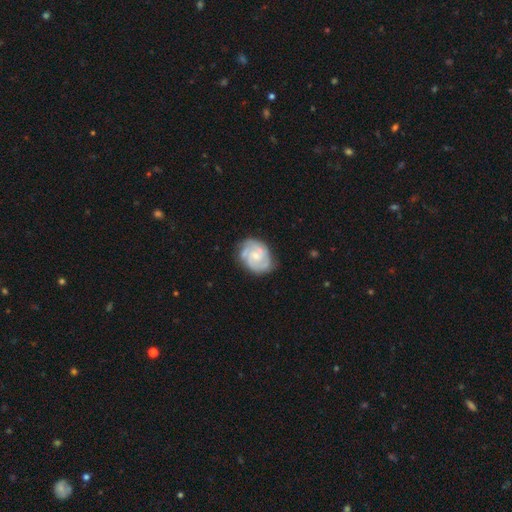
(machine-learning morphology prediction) smooth-or-featured: featured or disk: 79% | smooth: 16% | star or artifact: 5%
  disk-edge-on: no: 98% | yes: 2%
    bar: no: 63% | weak: 33% | strong: 5%
    has-spiral-arms: yes: 94% | no: 6%
      spiral-winding: tight: 55% | medium: 37% | loose: 8%
      spiral-arm-count: 2: 49% | 3: 22% | can't tell: 19% | 4: 4% | 1: 3% | more than 4: 3%
    bulge-size: small: 57% | moderate: 34% | none: 7% | large: 2% | dominant: 1%
  merging: none: 70% | minor disturbance: 22% | major disturbance: 7% | merger: 2%